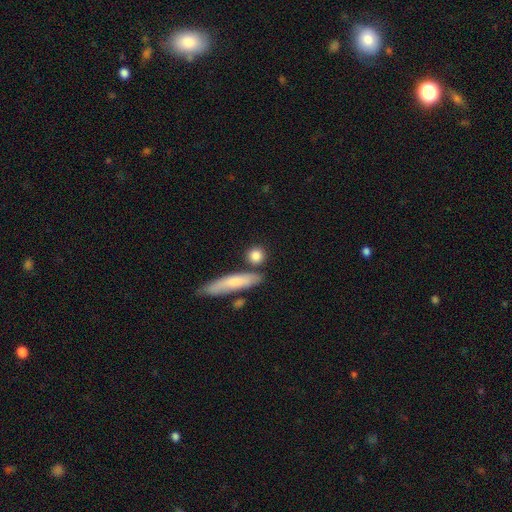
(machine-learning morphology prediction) A smooth galaxy with no disk features (83%) that is round (72%).

Vote fractions:
- Smooth or featured? smooth: 83% / featured or disk: 10% / star or artifact: 7%
- How rounded? round: 72% / in between: 15% / cigar-shaped: 12%
- Merging? none: 76% / minor disturbance: 11% / merger: 10% / major disturbance: 3%